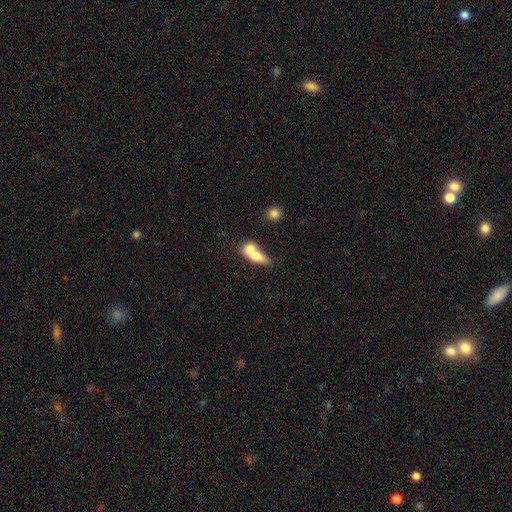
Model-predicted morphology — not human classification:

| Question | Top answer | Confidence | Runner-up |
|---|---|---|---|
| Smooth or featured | smooth | 66% | featured or disk (27%) |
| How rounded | in between | 65% | cigar-shaped (18%) |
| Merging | merger | 67% | none (19%) |